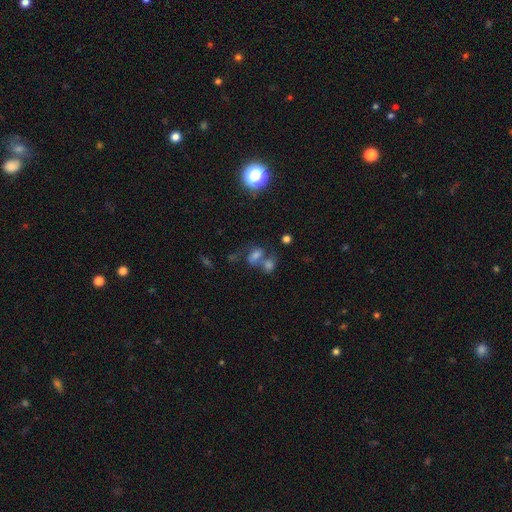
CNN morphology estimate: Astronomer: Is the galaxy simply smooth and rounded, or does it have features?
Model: smooth — 56%.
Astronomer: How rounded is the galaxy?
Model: in between — 75%.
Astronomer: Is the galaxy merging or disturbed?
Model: merger — 51% (runner-up: none, 28%).